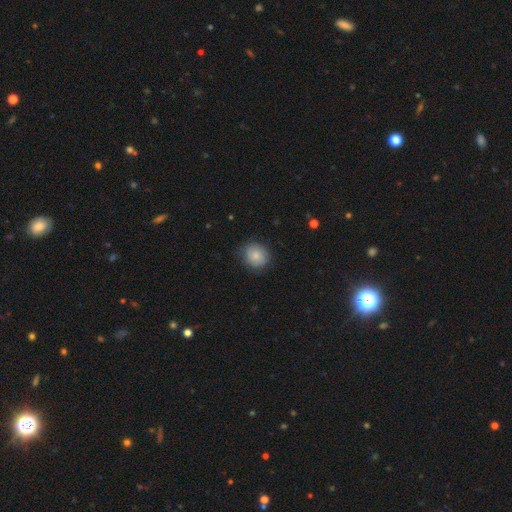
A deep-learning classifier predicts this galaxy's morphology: The model was most divided on "how rounded": round: 76%, in between: 23%, cigar-shaped: 1%. More confident: smooth or featured — smooth (82%); merging — none (78%).